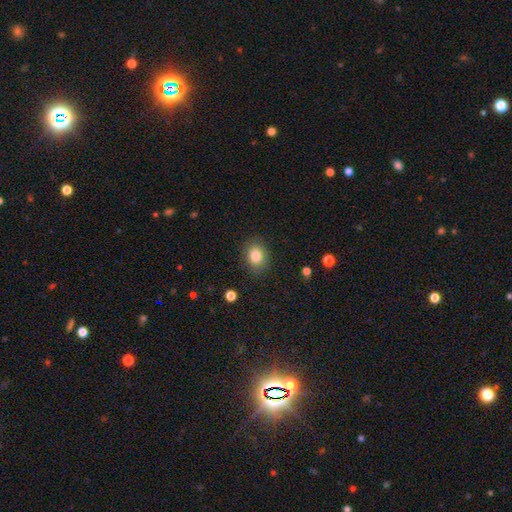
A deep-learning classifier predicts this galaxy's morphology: A smooth galaxy with no disk features (84%) that is in between round and cigar-shaped (53%). Merging: none (85%).